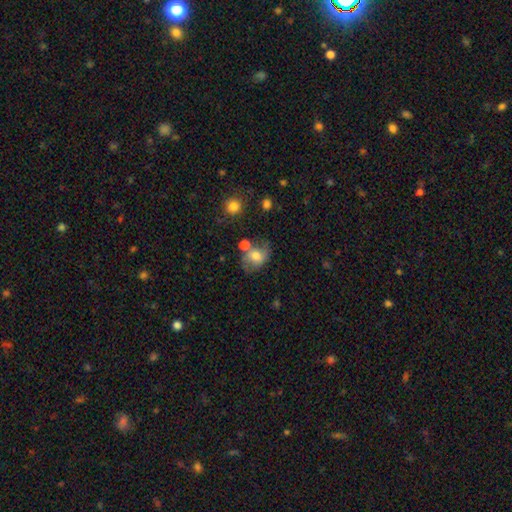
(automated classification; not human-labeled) Morphology: type=smooth (54%); roundness=in between (57%); merging=none (52%).